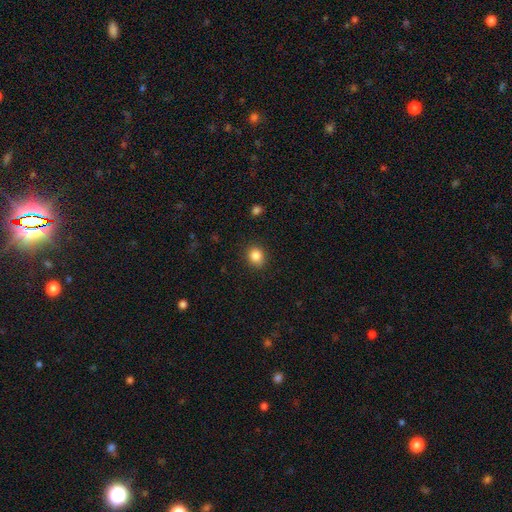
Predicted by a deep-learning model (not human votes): Overall: smooth (85%). How rounded: round (74%). Merging: none (88%).